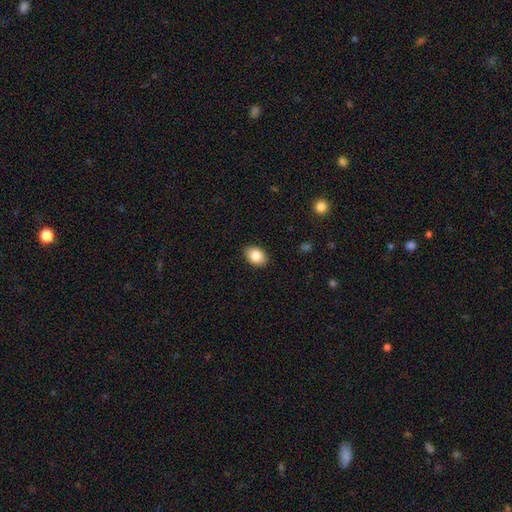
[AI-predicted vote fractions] Smooth or featured: smooth — 85% (star or artifact — 8%)
How rounded: in between — 76% (round — 23%)
Merging: none — 89% (minor disturbance — 8%)